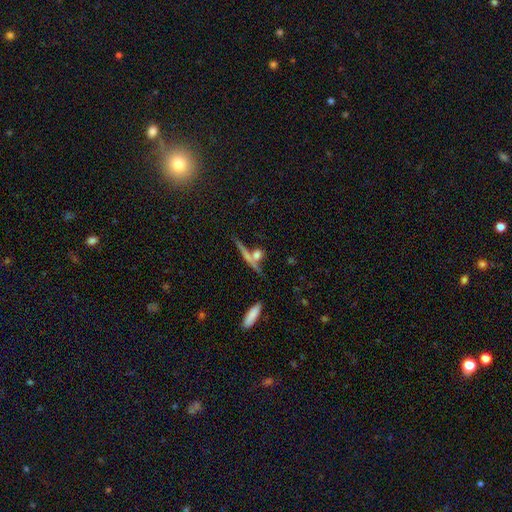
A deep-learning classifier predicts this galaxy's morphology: Overall: smooth (50%; featured or disk 38%). Merging: none (56%; merger 27%).